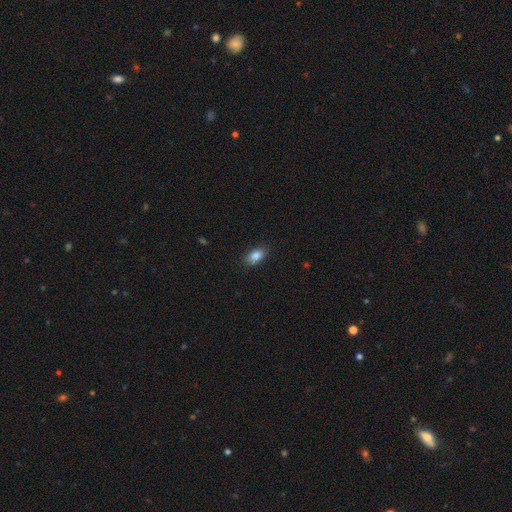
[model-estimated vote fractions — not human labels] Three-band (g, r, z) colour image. It shows a smooth galaxy with no disk features (86%) that is in between round and cigar-shaped (90%). Merging: none (86%).